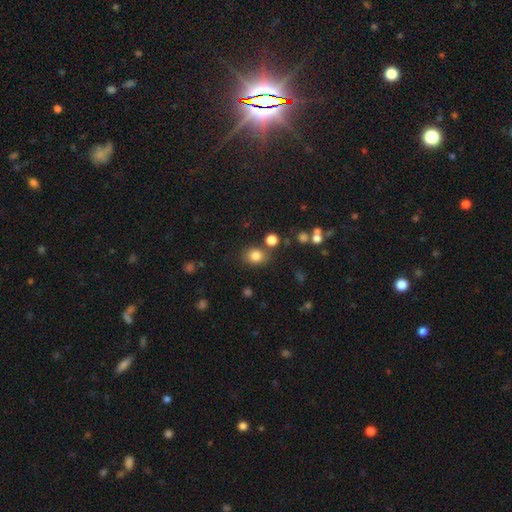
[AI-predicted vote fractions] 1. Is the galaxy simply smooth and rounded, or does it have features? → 82% smooth, 12% star or artifact, 6% featured or disk.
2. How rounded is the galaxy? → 56% round, 43% in between, 1% cigar-shaped.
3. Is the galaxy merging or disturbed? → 76% none, 11% minor disturbance, 9% merger, 4% major disturbance.